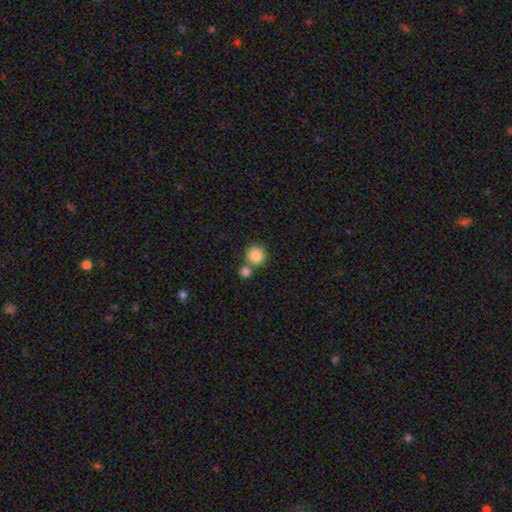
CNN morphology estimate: Smooth or featured: smooth — 87% (star or artifact — 9%)
How rounded: round — 91% (in between — 8%)
Merging: none — 58% (merger — 31%)